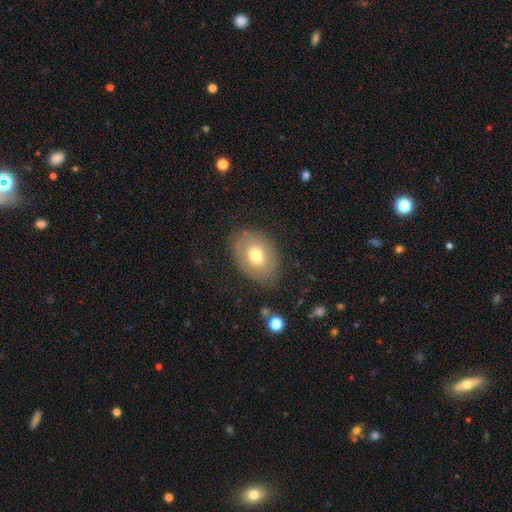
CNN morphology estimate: smooth_or_featured: smooth (p=0.61) [alt: featured or disk p=0.30]
how_rounded: in between (p=0.74) [alt: round p=0.25]
merging: none (p=0.75) [alt: minor disturbance p=0.18]